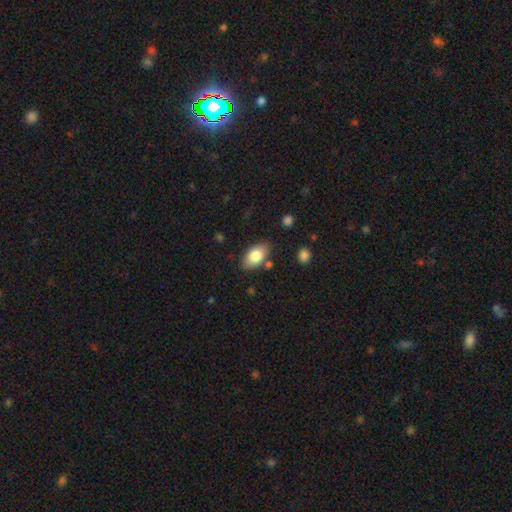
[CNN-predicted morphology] smooth-or-featured: smooth: 81% | featured or disk: 12% | star or artifact: 7%
  how-rounded: in between: 93% | round: 6% | cigar-shaped: 2%
  merging: none: 80% | minor disturbance: 13% | merger: 4% | major disturbance: 3%